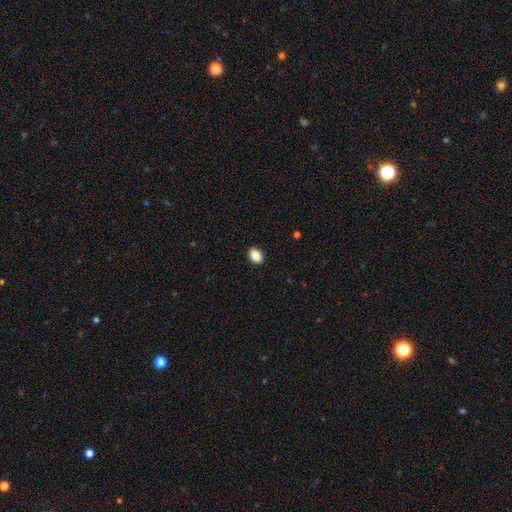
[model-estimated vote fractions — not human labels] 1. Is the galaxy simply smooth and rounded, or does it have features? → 86% smooth, 9% star or artifact, 5% featured or disk.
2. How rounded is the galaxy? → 73% in between, 26% round, 1% cigar-shaped.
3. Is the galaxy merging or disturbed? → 91% none, 7% minor disturbance, 2% major disturbance, 1% merger.